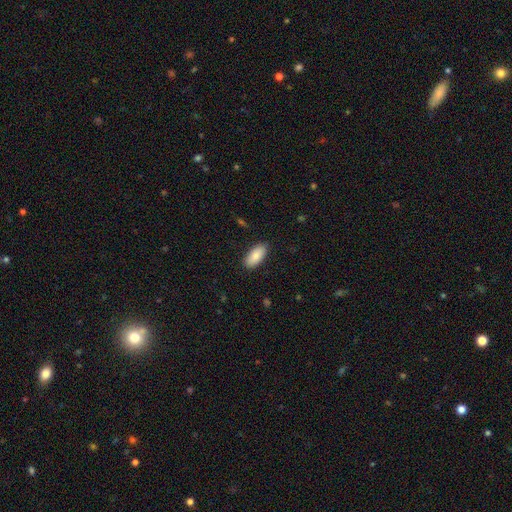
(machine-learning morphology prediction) A smooth galaxy with no disk features (85%) that is in between round and cigar-shaped (90%). Merging: none (88%).